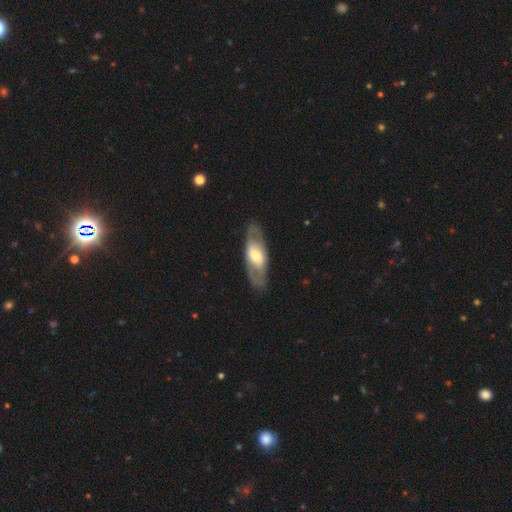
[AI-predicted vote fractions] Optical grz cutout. It shows a featured or disk galaxy (59%). Merging: none (82%).